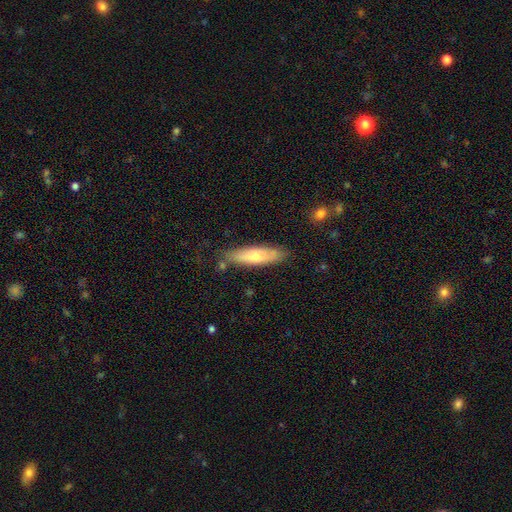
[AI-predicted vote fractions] The model was most divided on "smooth or featured": smooth: 60%, featured or disk: 34%, star or artifact: 6%. More confident: merging — none (81%); how rounded — cigar-shaped (73%).